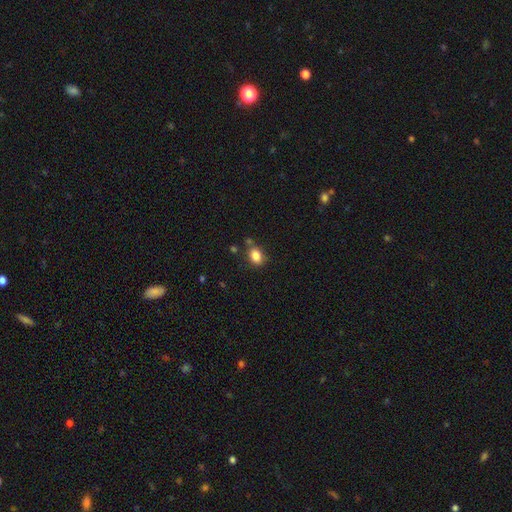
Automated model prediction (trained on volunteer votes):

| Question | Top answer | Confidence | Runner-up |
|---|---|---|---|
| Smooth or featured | smooth | 84% | star or artifact (10%) |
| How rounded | in between | 74% | round (25%) |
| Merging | none | 70% | minor disturbance (16%) |